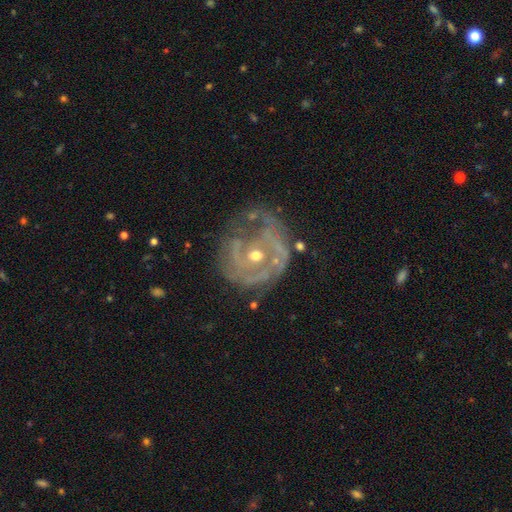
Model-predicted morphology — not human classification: Smooth or featured?
  - featured or disk: 81% *
  - smooth: 11%
  - star or artifact: 8%
Edge-on disk?
  - no: 97% *
  - yes: 3%
Bar?
  - no: 73% *
  - weak: 21%
  - strong: 6%
Spiral arms?
  - yes: 77% *
  - no: 23%
Spiral winding?
  - tight: 56% *
  - medium: 31%
  - loose: 13%
Spiral arm count?
  - can't tell: 35% *
  - 2: 27%
  - 3: 16%
  - 1: 12%
  - 4: 6%
  - more than 4: 5%
Bulge size?
  - moderate: 56% *
  - small: 40%
  - large: 2%
  - none: 2%
  - dominant: 1%
Merging?
  - none: 47% *
  - minor disturbance: 24%
  - major disturbance: 24%
  - merger: 4%